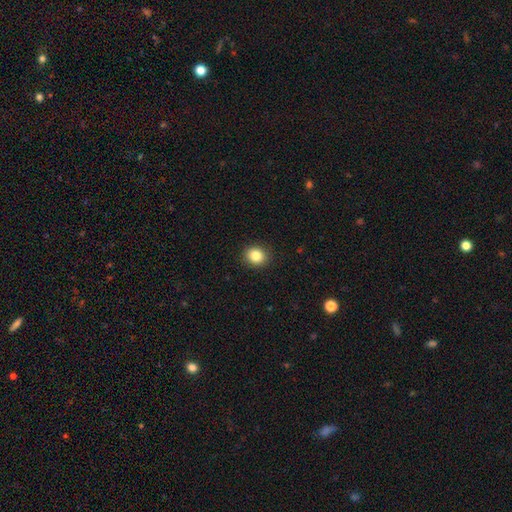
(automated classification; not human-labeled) Overall: smooth (84%). How rounded: round (73%). Merging: none (91%).